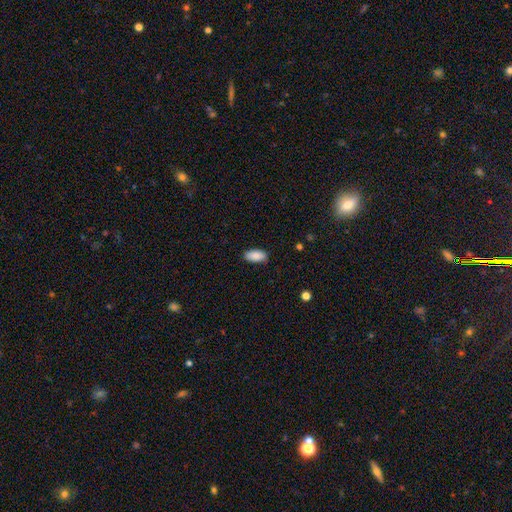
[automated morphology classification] Smooth or featured? smooth (87%)
How rounded? in between (92%)
Merging? none (86%)